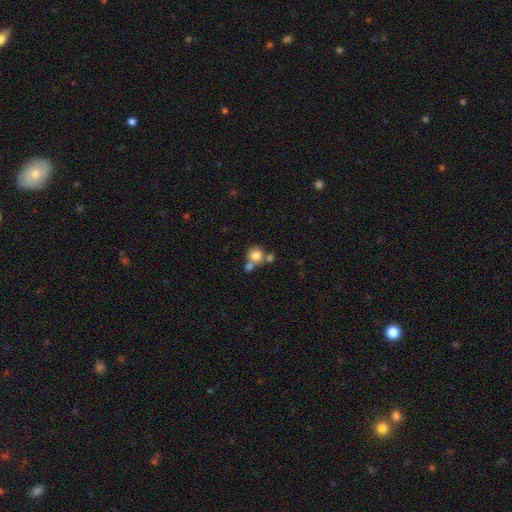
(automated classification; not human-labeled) The model was most divided on "merging": none: 48%, merger: 38%, minor disturbance: 10%, major disturbance: 4%. More confident: how rounded — round (86%); smooth or featured — smooth (79%).